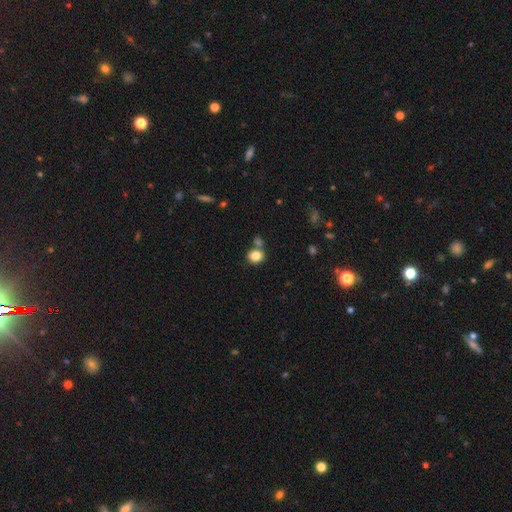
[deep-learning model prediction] smooth_or_featured: smooth (p=0.83) [alt: star or artifact p=0.10]
how_rounded: round (p=0.69) [alt: in between p=0.30]
merging: none (p=0.65) [alt: merger p=0.20]